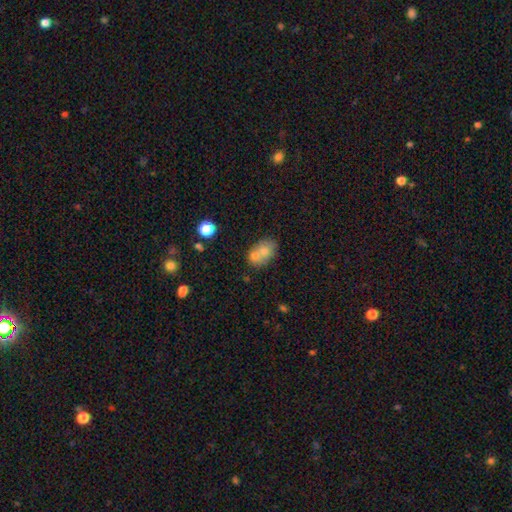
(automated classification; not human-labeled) smooth 62%, featured or disk 22%, star or artifact 17%. Down the decision tree: how rounded — in between (58%); merging — merger (45%).